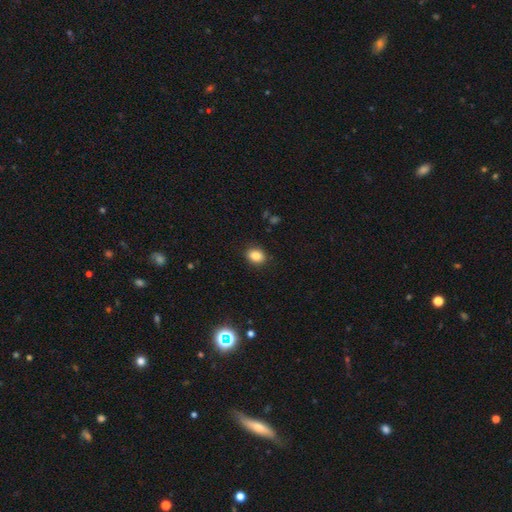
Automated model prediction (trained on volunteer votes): Smooth or featured? smooth (85%)
How rounded? in between (58%)
Merging? none (89%)